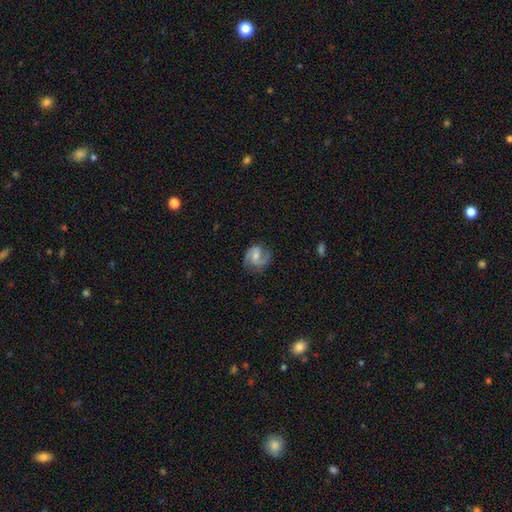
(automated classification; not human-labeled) Smooth or featured? featured or disk (85%)
Edge-on disk? no (98%)
Bar? weak (50%)
Spiral arms? yes (97%)
Spiral winding? medium (57%)
Spiral arm count? 2 (91%)
Bulge size? moderate (44%)
Merging? none (78%)